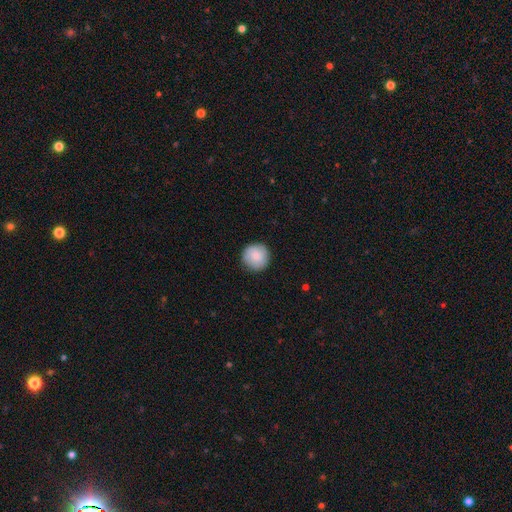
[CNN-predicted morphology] Smooth or featured? smooth (82%)
How rounded? round (95%)
Merging? none (89%)